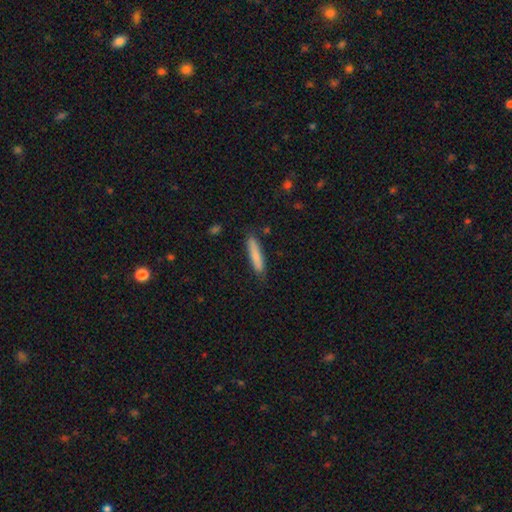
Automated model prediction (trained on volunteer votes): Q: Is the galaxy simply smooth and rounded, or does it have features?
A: smooth — 81%.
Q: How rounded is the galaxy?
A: cigar-shaped — 89%.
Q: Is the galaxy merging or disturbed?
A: none — 84%.